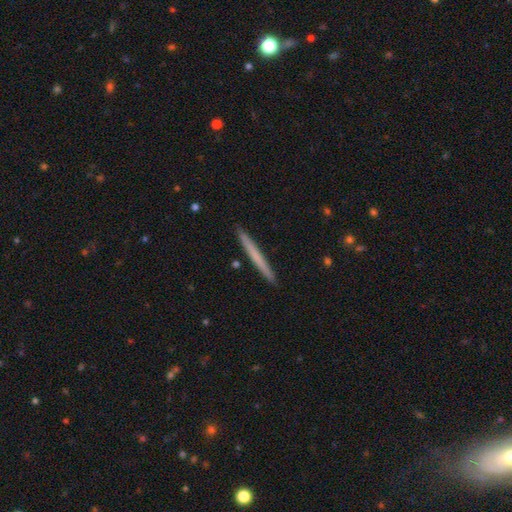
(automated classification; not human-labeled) Morphology: type=smooth (59%); roundness=cigar-shaped (97%); merging=none (93%).